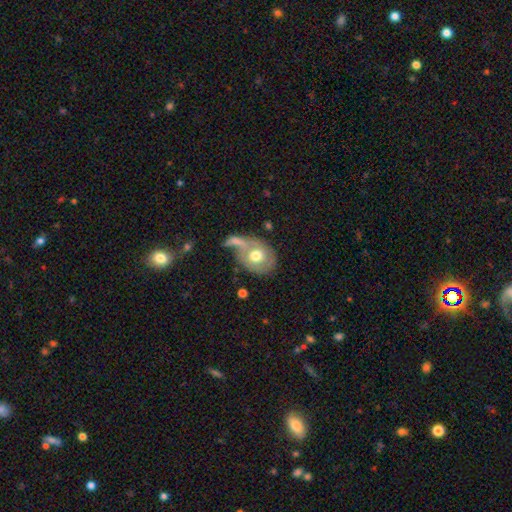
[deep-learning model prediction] Smooth or featured? Predicted: smooth (p=0.54). How rounded? Predicted: round (p=0.55). Merging? Predicted: none (p=0.34).